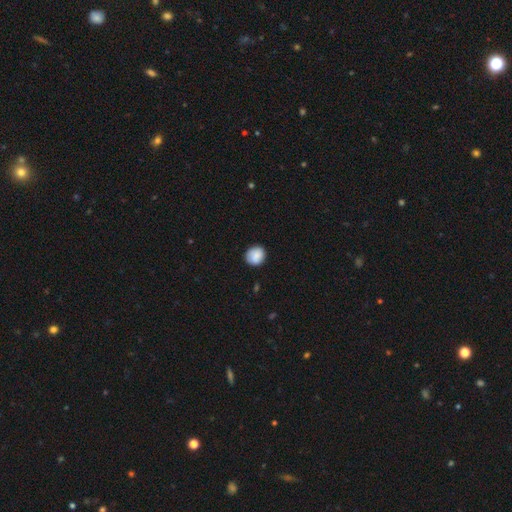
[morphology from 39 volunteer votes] This is clearly a smooth galaxy (90%). How rounded: clearly round (86%). Merging: clearly none (84%).